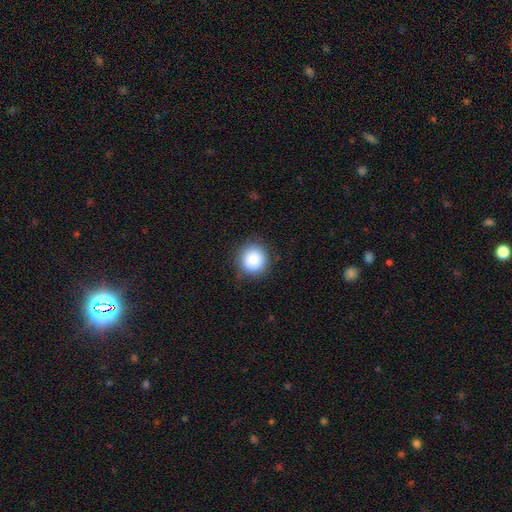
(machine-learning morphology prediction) Q: Smooth or featured?
A: smooth (86%); runner-up: star or artifact (9%)
Q: How rounded?
A: round (93%); runner-up: in between (6%)
Q: Merging?
A: none (87%); runner-up: minor disturbance (9%)